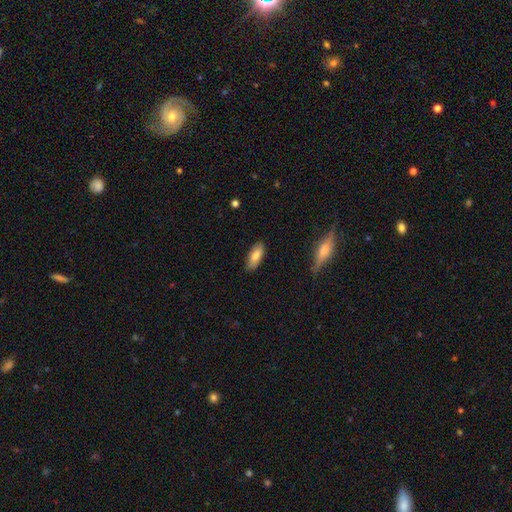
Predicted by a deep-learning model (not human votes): Morphology: type=smooth (79%); roundness=in between (81%); merging=none (83%).